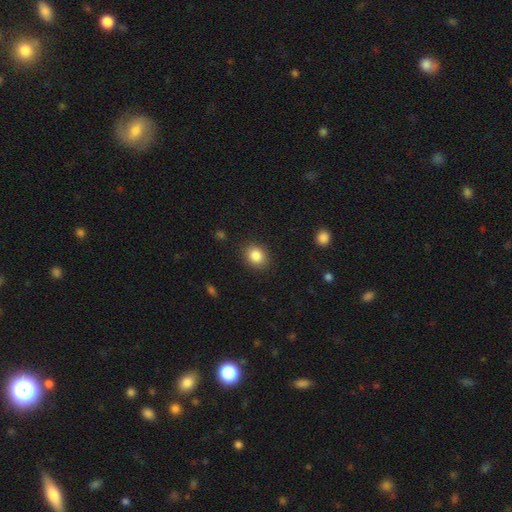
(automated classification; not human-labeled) smooth_or_featured: smooth (p=0.85) [alt: star or artifact p=0.09]
how_rounded: round (p=0.58) [alt: in between p=0.41]
merging: none (p=0.87) [alt: minor disturbance p=0.09]